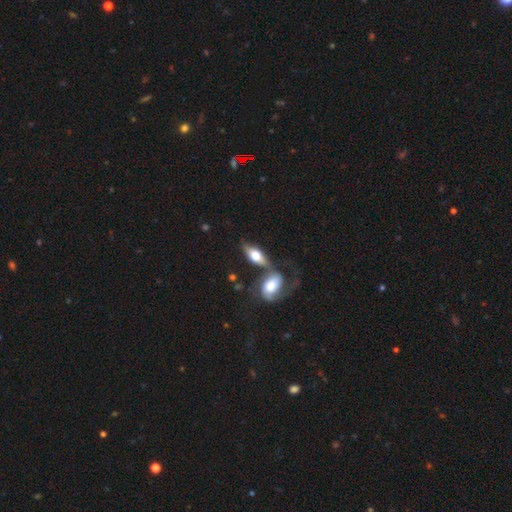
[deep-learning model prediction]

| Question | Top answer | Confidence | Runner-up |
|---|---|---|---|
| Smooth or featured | smooth | 48% | featured or disk (45%) |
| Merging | merger | 43% | none (33%) |